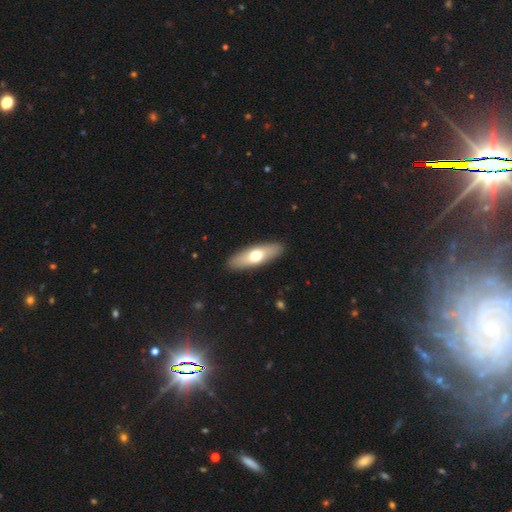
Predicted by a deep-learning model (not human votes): Smooth or featured? smooth (61%)
How rounded? in between (57%)
Merging? none (90%)